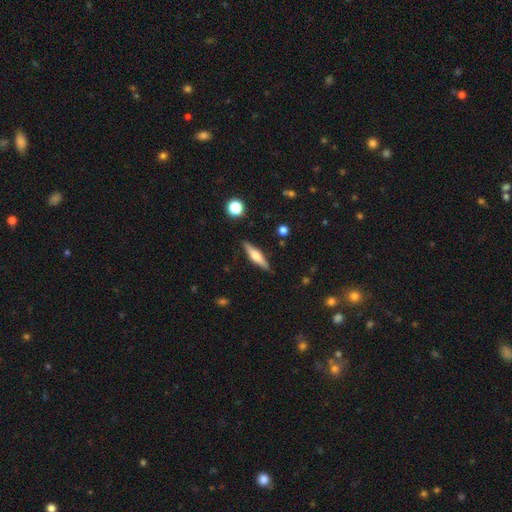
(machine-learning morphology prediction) type=featured or disk (52%); edge-on=yes (95%); merging=none (88%).